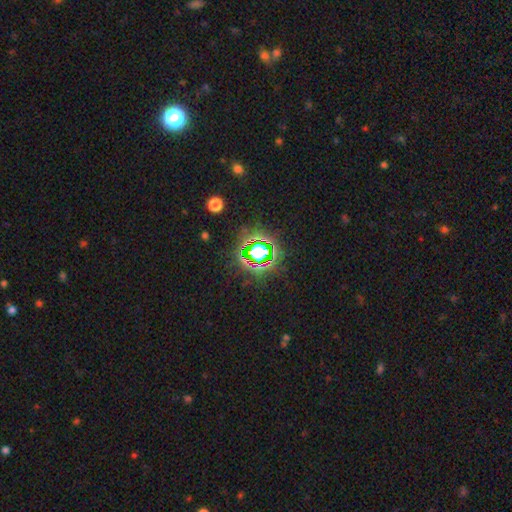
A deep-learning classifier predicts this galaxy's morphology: The model was most divided on "smooth or featured": star or artifact: 80%, smooth: 13%, featured or disk: 7%.